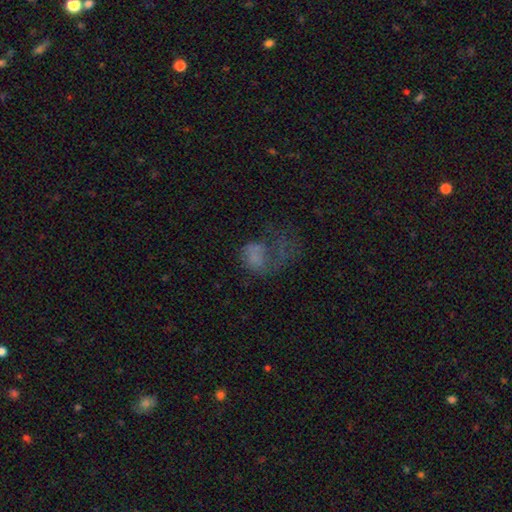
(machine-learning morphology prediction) Smooth or featured? Predicted: smooth (p=0.47). Merging? Predicted: major disturbance (p=0.61).